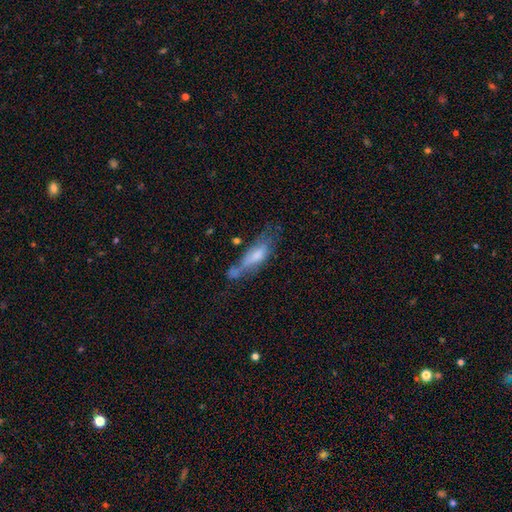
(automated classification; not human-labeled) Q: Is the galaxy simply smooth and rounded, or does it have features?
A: smooth — 56%.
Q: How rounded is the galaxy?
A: cigar-shaped — 53%.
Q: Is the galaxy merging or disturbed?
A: none — 34%.